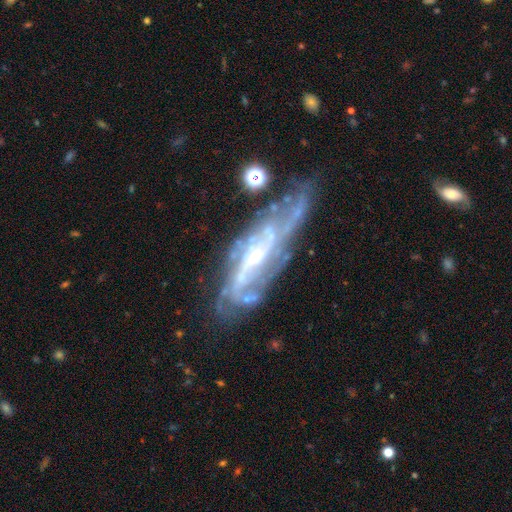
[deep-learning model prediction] Smooth or featured? featured or disk (86%)
Edge-on disk? no (85%)
Bar? no (40%)
Spiral arms? yes (94%)
Spiral winding? tight (44%)
Spiral arm count? can't tell (32%)
Bulge size? small (56%)
Merging? none (62%)